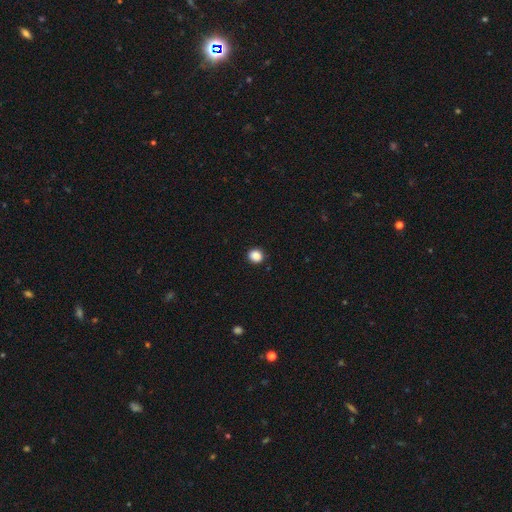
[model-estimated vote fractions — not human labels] The model was most divided on "how rounded": round: 82%, in between: 17%, cigar-shaped: 1%. More confident: merging — none (91%); smooth or featured — smooth (88%).